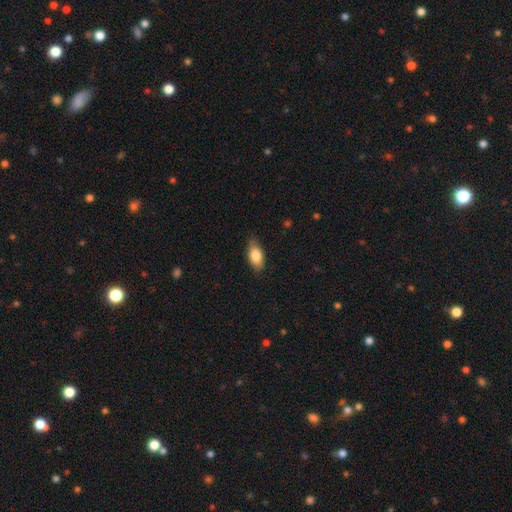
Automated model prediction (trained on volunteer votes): Smooth or featured? Predicted: smooth (p=0.80). How rounded? Predicted: in between (p=0.88). Merging? Predicted: none (p=0.82).